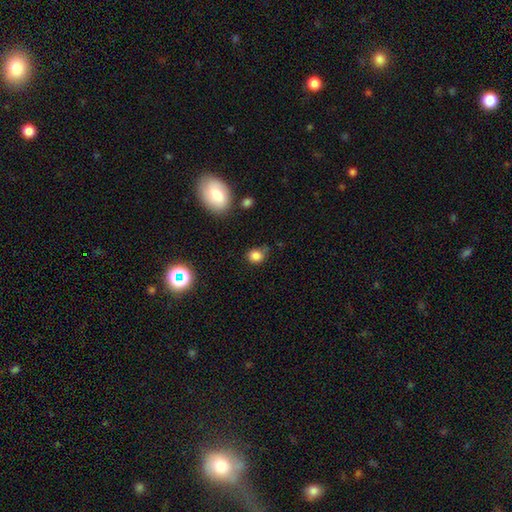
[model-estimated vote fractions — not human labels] Smooth or featured?
  - smooth: 81% *
  - star or artifact: 13%
  - featured or disk: 6%
How rounded?
  - round: 64% *
  - in between: 35%
  - cigar-shaped: 1%
Merging?
  - none: 59% *
  - minor disturbance: 28%
  - major disturbance: 7%
  - merger: 5%